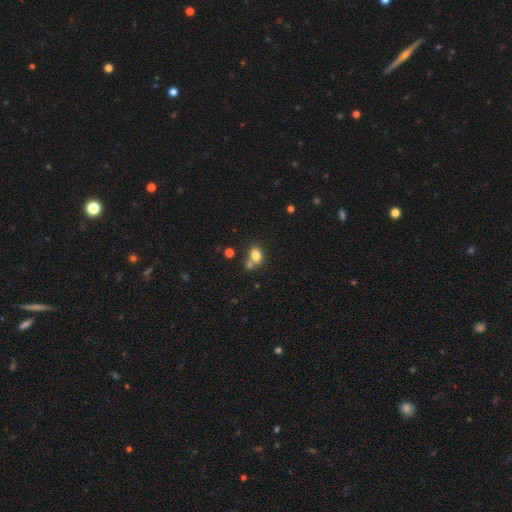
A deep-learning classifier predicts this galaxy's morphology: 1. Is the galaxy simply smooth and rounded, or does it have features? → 80% smooth, 11% star or artifact, 9% featured or disk.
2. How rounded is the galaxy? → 67% in between, 31% round, 1% cigar-shaped.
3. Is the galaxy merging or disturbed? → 51% none, 33% merger, 12% minor disturbance, 4% major disturbance.